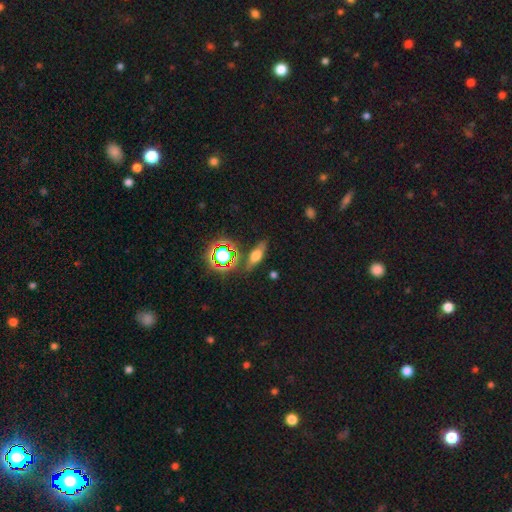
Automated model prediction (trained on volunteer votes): Morphology: type=smooth (50%); merging=none (77%).